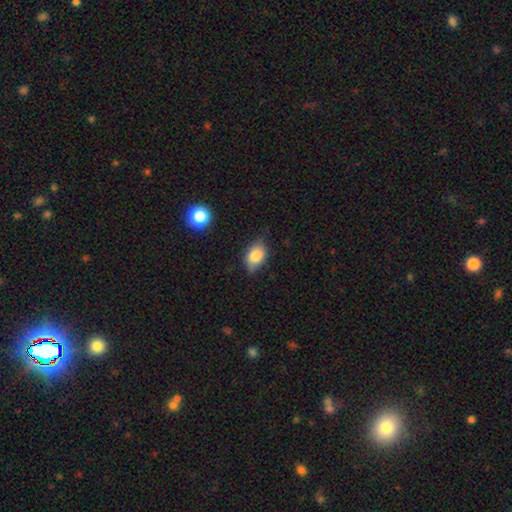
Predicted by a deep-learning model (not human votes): smooth_or_featured: smooth (p=0.80) [alt: featured or disk p=0.12]
how_rounded: in between (p=0.81) [alt: round p=0.17]
merging: none (p=0.65) [alt: minor disturbance p=0.28]